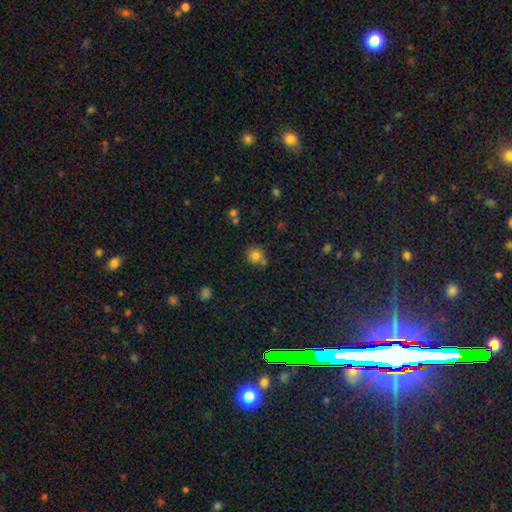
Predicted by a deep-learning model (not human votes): A smooth galaxy with no disk features (80%) that is round (91%).

Vote fractions:
- Smooth or featured? smooth: 80% / star or artifact: 13% / featured or disk: 7%
- How rounded? round: 91% / in between: 8% / cigar-shaped: 1%
- Merging? none: 71% / merger: 13% / minor disturbance: 12% / major disturbance: 3%